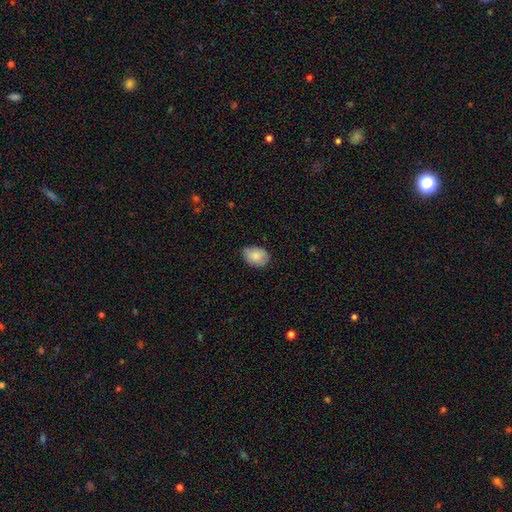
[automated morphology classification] Smooth or featured: smooth — 85% (featured or disk — 8%)
How rounded: in between — 74% (round — 25%)
Merging: none — 71% (minor disturbance — 24%)